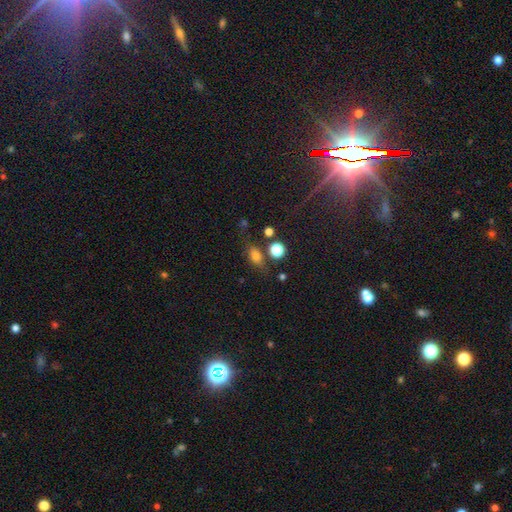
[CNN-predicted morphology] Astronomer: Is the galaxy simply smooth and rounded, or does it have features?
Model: smooth — 75%.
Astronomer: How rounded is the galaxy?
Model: in between — 71%.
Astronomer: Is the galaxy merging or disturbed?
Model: none — 68%.